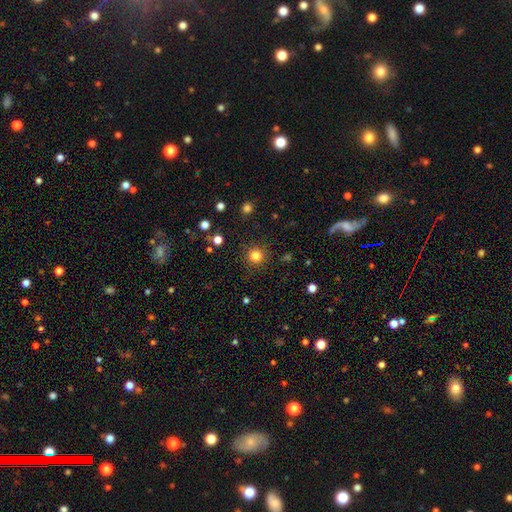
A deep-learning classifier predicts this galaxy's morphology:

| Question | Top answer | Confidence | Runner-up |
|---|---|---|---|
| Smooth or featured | smooth | 82% | star or artifact (13%) |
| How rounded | round | 95% | in between (4%) |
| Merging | none | 89% | minor disturbance (7%) |